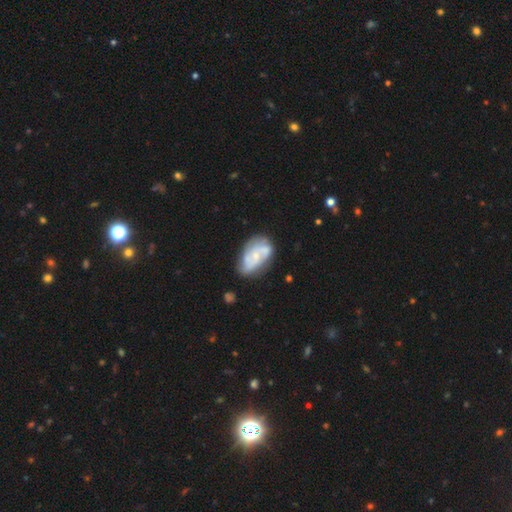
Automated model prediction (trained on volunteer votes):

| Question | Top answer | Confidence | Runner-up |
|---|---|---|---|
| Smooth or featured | featured or disk | 63% | smooth (30%) |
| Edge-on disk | no | 97% | yes (3%) |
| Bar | no | 69% | weak (26%) |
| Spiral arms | yes | 73% | no (27%) |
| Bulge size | small | 58% | moderate (28%) |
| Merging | none | 50% | minor disturbance (25%) |